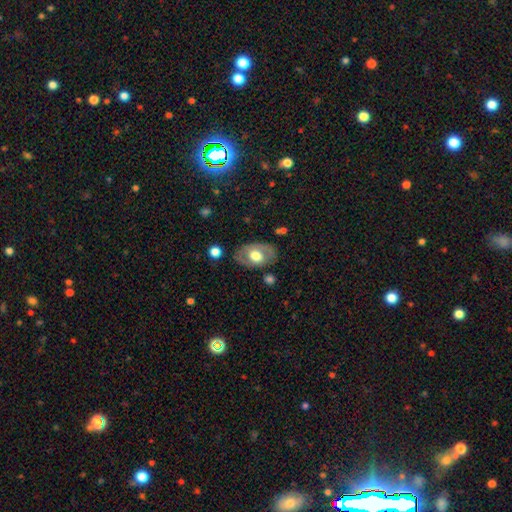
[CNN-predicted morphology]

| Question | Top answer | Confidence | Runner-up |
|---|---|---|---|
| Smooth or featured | smooth | 49% | featured or disk (44%) |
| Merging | none | 77% | minor disturbance (16%) |